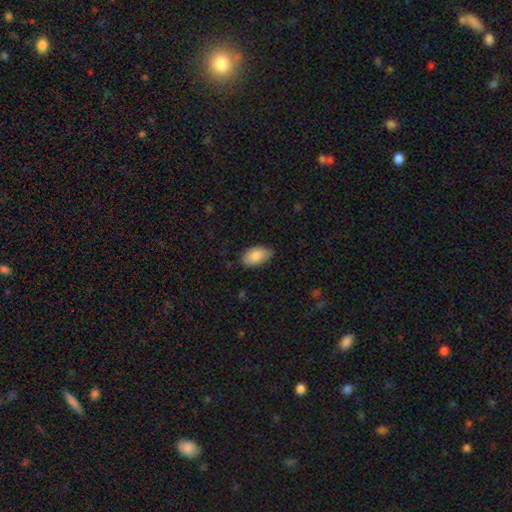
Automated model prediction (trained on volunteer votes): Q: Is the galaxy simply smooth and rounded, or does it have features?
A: smooth — 88%.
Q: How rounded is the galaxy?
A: in between — 95%.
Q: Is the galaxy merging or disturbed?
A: none — 77%.